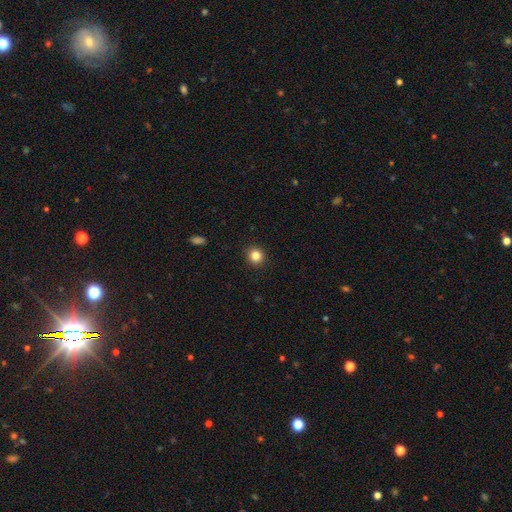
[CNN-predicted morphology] Smooth or featured?
  - smooth: 84% *
  - star or artifact: 11%
  - featured or disk: 5%
How rounded?
  - round: 90% *
  - in between: 9%
  - cigar-shaped: 1%
Merging?
  - none: 92% *
  - minor disturbance: 5%
  - major disturbance: 2%
  - merger: 1%